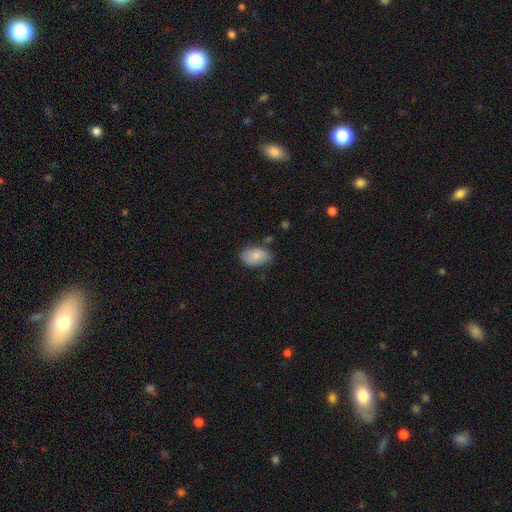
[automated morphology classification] Smooth or featured? smooth (80%)
How rounded? in between (90%)
Merging? none (66%)